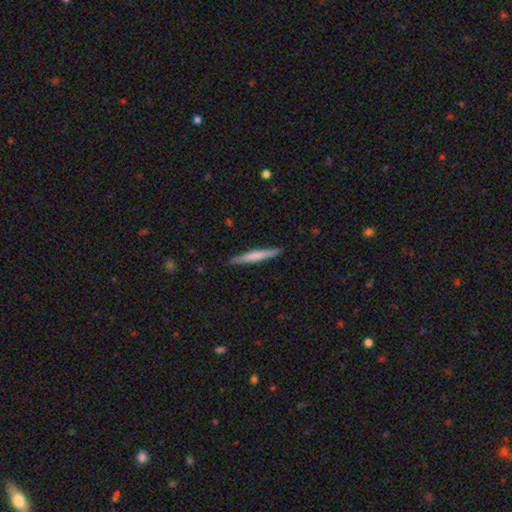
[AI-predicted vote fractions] A smooth galaxy with no disk features (59%) that is cigar-shaped (96%). Merging: none (90%).